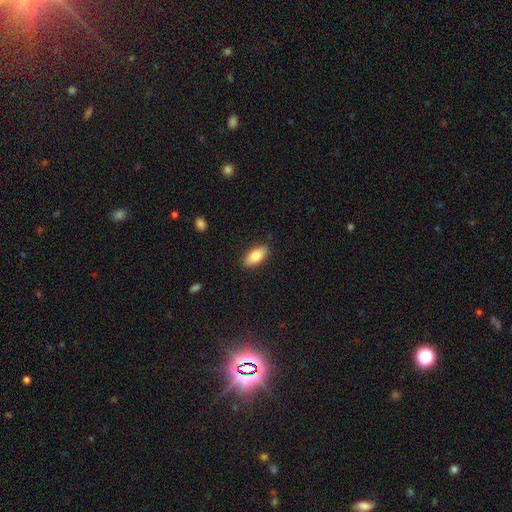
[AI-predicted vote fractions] This appears to be a smooth galaxy with no disk features (81%) that is in between round and cigar-shaped (87%). Merging: none (87%).